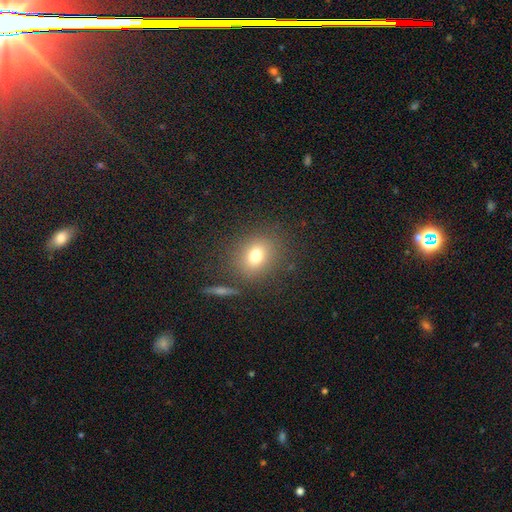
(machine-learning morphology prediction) Smooth or featured? Predicted: smooth (p=0.74). How rounded? Predicted: round (p=0.61). Merging? Predicted: none (p=0.82).